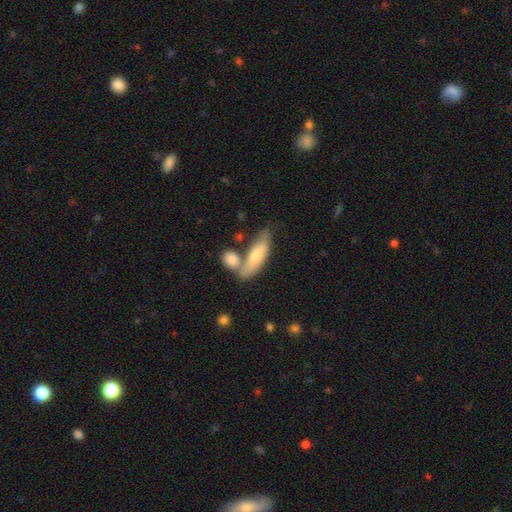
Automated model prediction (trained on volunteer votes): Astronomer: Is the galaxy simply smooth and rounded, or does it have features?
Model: smooth — 71%.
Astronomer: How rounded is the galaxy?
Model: in between — 57% (runner-up: cigar-shaped, 40%).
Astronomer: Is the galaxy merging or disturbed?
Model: none — 41% (runner-up: merger, 36%).